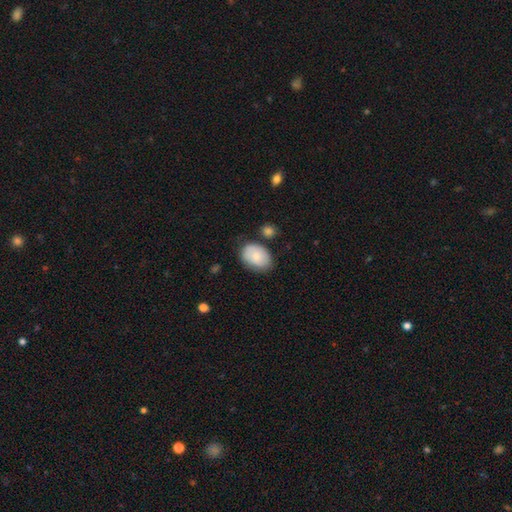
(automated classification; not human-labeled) Smooth or featured? smooth (78%)
How rounded? in between (81%)
Merging? none (66%)